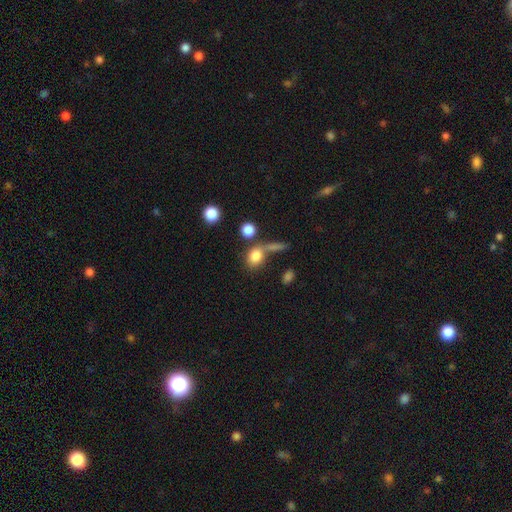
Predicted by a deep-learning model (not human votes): A smooth galaxy with no disk features (81%) that is in between round and cigar-shaped (49%). Merging: none (47%).